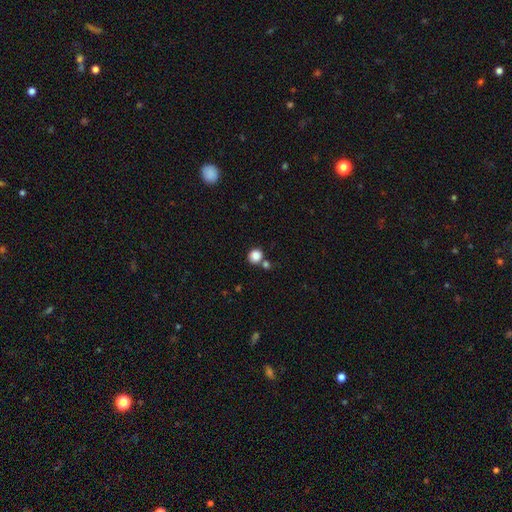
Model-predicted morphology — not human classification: A smooth galaxy with no disk features (85%) that is round (83%). Merging: none (67%).